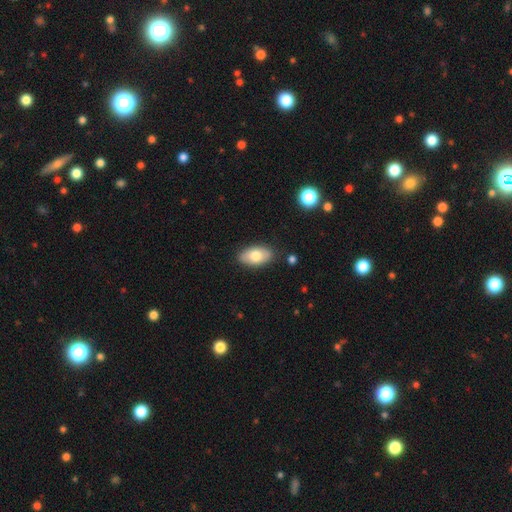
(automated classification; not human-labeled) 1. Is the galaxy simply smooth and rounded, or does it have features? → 75% smooth, 18% featured or disk, 6% star or artifact.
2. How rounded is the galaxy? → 93% in between, 4% round, 3% cigar-shaped.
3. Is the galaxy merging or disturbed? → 85% none, 11% minor disturbance, 2% major disturbance, 2% merger.